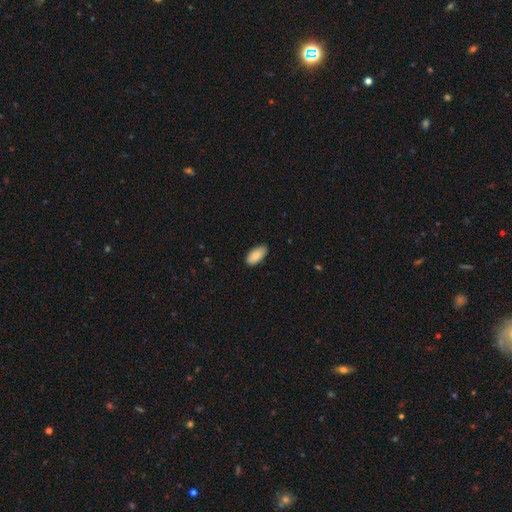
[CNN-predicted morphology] smooth 90%, star or artifact 6%, featured or disk 4%. Down the decision tree: how rounded — in between (92%); merging — none (85%).